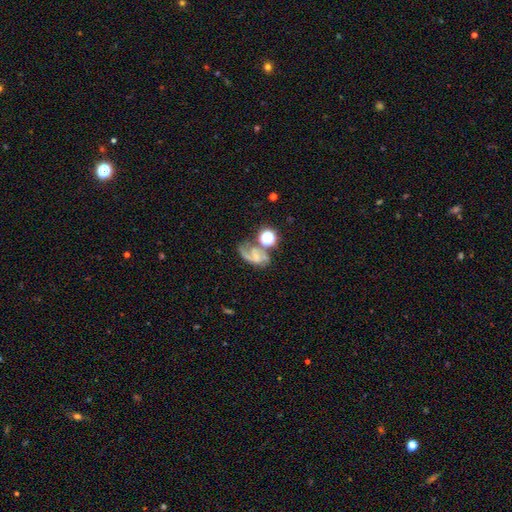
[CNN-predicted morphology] The model was most divided on "merging": none: 34%, major disturbance: 25%, merger: 23%, minor disturbance: 18%. Remaining: edge-on disk — no (97%); spiral arms — yes (86%); smooth or featured — featured or disk (60%); bar — no (51%); bulge size — small (49%).